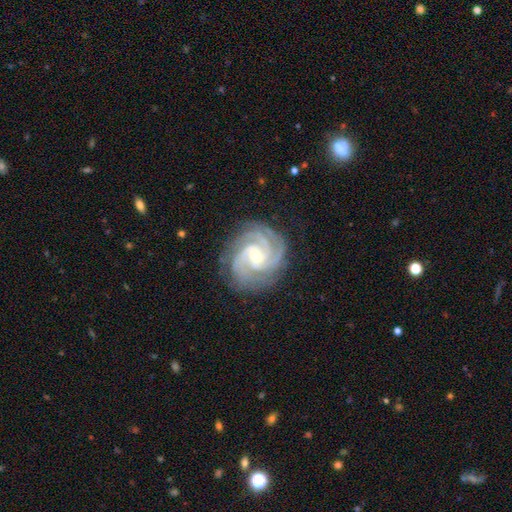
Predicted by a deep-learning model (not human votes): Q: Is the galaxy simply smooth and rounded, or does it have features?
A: featured or disk — 93%.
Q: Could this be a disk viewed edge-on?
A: no — 98%.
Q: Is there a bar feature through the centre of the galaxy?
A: no — 48%.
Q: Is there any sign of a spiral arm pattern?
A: yes — 99%.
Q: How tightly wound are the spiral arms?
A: tight — 68%.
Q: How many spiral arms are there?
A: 3 — 41%.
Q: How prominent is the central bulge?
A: small — 52%.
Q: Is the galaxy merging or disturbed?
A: none — 82%.